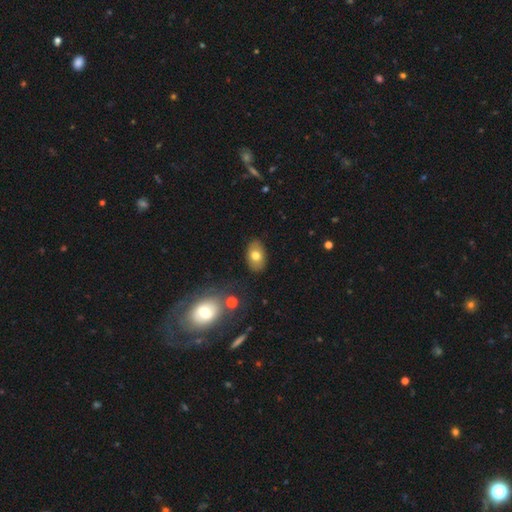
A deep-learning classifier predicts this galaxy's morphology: The model was most divided on "smooth or featured": smooth: 73%, featured or disk: 19%, star or artifact: 9%. More confident: how rounded — in between (88%); merging — none (84%).